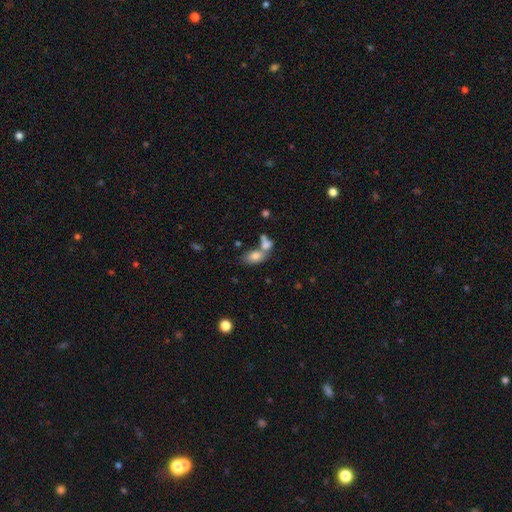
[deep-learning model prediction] Overall: smooth (78%). How rounded: in between (88%). Merging: merger (51%; none 34%).